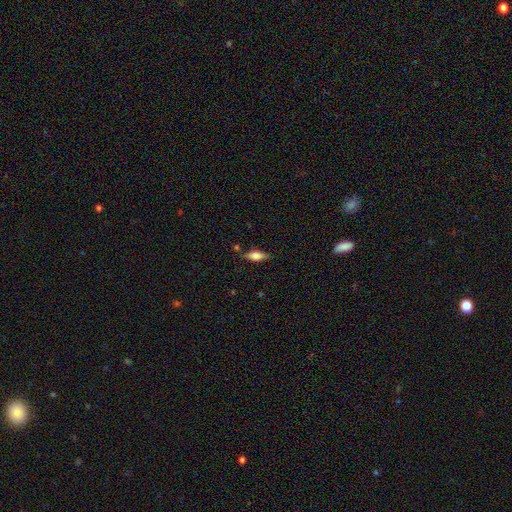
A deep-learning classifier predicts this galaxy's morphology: Overall: smooth (63%; featured or disk 29%). How rounded: in between (69%). Merging: none (74%).